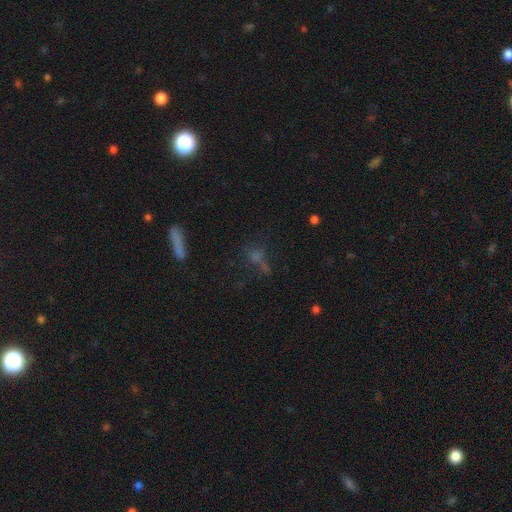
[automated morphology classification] smooth-or-featured: smooth: 46% | star or artifact: 34% | featured or disk: 20%
  merging: none: 56% | major disturbance: 16% | minor disturbance: 14% | merger: 14%